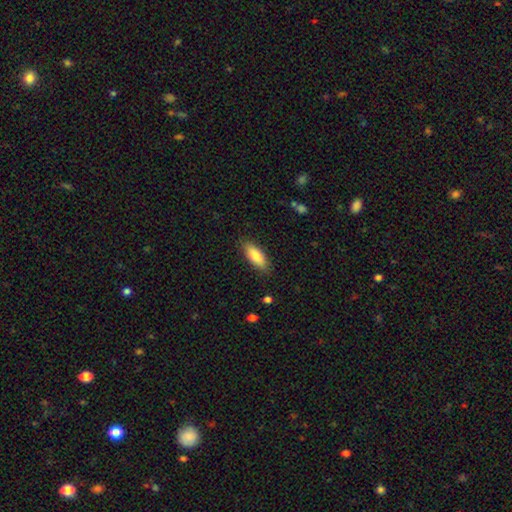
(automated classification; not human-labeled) Smooth or featured? smooth (83%)
How rounded? in between (71%)
Merging? none (85%)